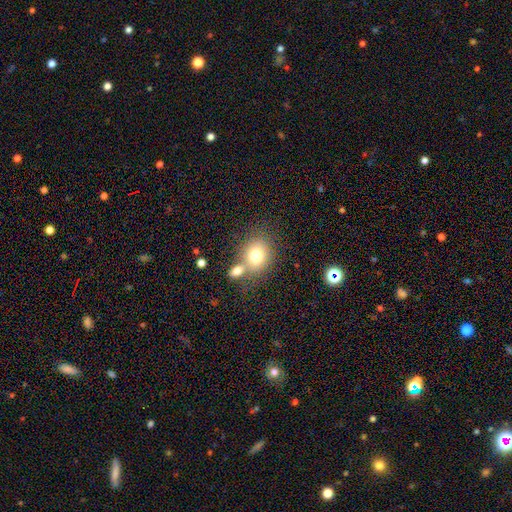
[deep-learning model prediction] smooth 76%, featured or disk 14%, star or artifact 10%. Down the decision tree: how rounded — round (65%); merging — none (47%).